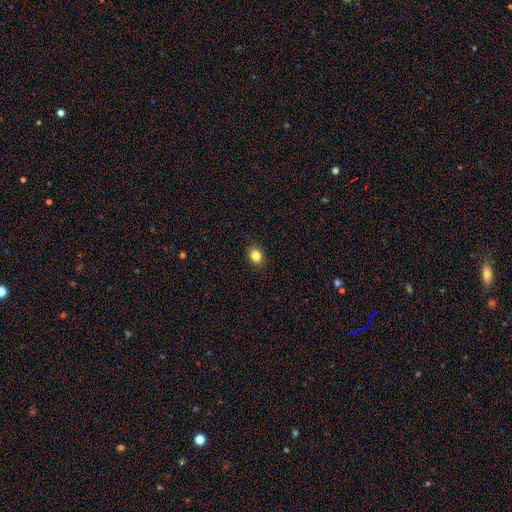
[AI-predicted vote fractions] Smooth or featured? smooth (83%)
How rounded? in between (53%)
Merging? none (90%)